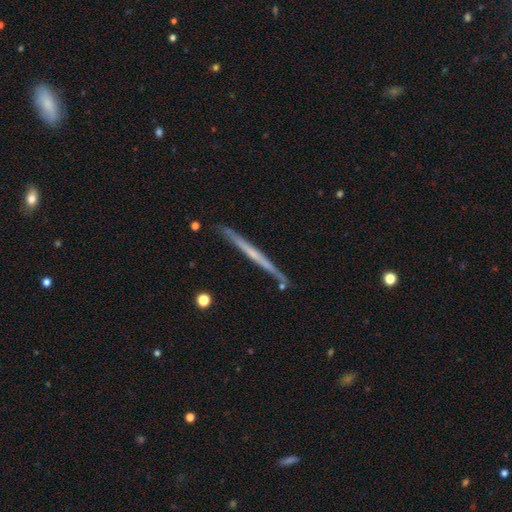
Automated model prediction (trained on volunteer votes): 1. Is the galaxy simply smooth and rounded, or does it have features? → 66% featured or disk, 28% smooth, 6% star or artifact.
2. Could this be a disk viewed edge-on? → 97% yes, 3% no.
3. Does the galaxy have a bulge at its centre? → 73% none, 21% rounded, 6% boxy.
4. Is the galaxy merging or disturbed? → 87% none, 10% minor disturbance, 2% merger, 2% major disturbance.